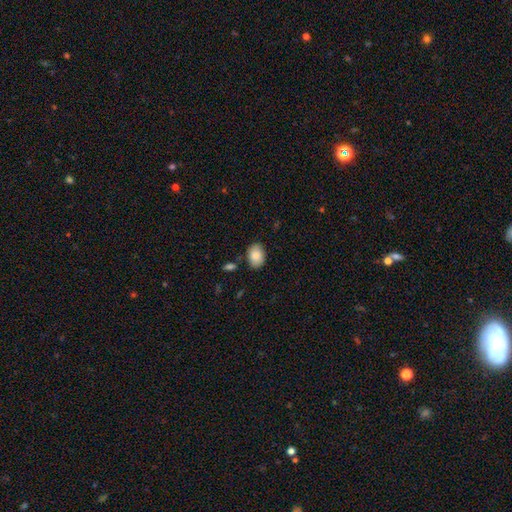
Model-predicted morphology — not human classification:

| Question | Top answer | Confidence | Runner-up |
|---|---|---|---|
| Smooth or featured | smooth | 86% | star or artifact (7%) |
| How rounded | in between | 75% | round (24%) |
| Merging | none | 81% | minor disturbance (13%) |